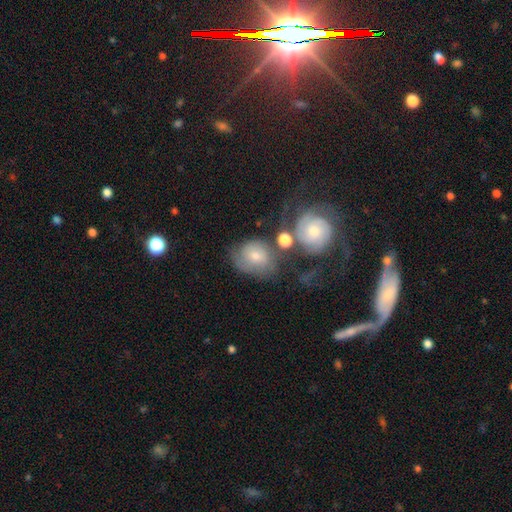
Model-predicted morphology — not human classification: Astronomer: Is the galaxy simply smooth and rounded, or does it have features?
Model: featured or disk — 49% (runner-up: smooth, 42%).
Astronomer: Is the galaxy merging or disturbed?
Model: none — 39% (runner-up: merger, 23%).